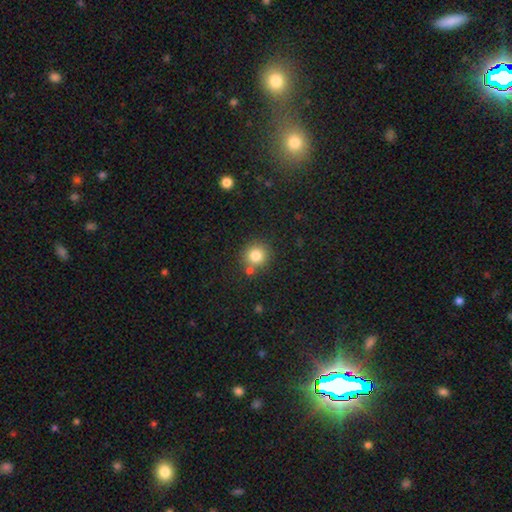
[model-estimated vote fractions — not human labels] Smooth or featured: smooth — 82% (star or artifact — 12%)
How rounded: round — 93% (in between — 6%)
Merging: none — 77% (merger — 12%)